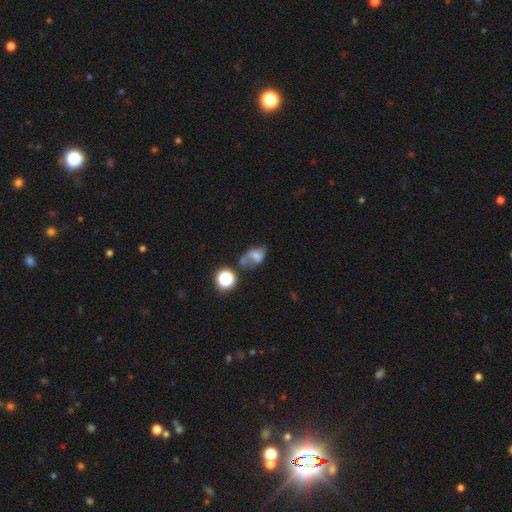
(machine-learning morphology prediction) Smooth or featured: smooth — 52% (featured or disk — 29%)
How rounded: in between — 71% (round — 27%)
Merging: major disturbance — 30% (none — 29%)